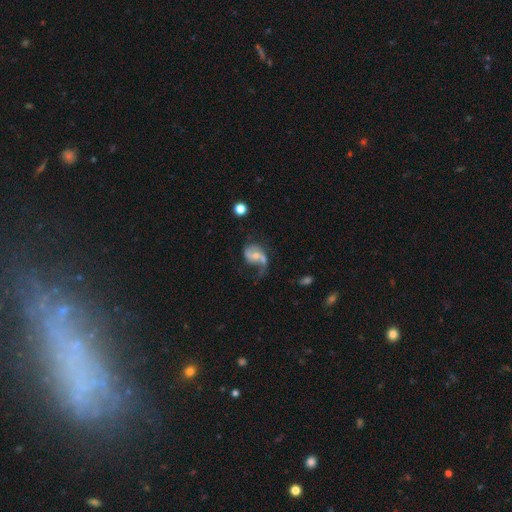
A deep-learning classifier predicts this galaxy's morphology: type=featured or disk (71%); edge-on=no (97%); bar=no (53%); spiral arms=yes (86%); winding=loose (59%); arm count=2 (65%); bulge=moderate (53%); merging=none (33%).